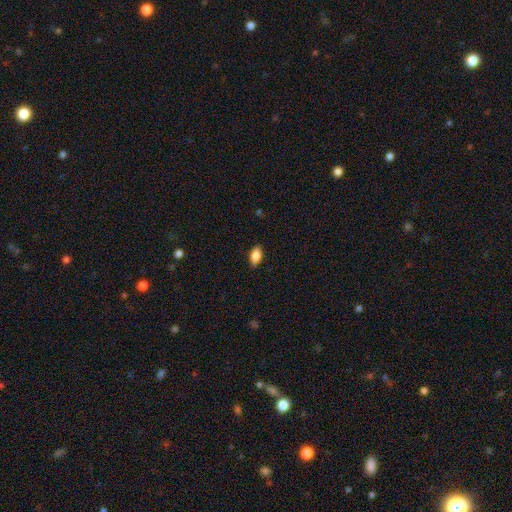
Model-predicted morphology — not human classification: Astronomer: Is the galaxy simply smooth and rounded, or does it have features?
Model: smooth — 84%.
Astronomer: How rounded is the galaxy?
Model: in between — 90%.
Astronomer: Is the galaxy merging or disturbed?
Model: none — 86%.